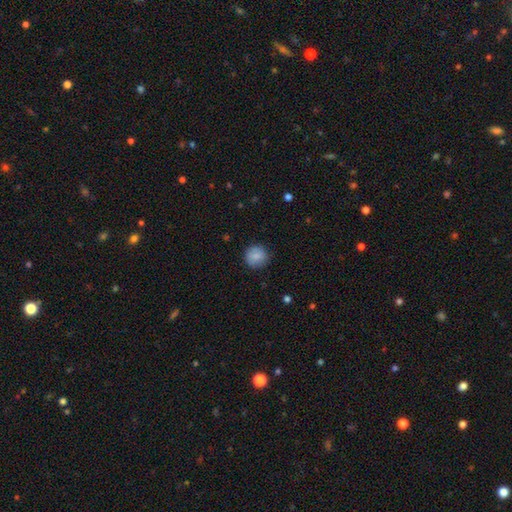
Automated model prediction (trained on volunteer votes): Smooth or featured? Predicted: smooth (p=0.86). How rounded? Predicted: round (p=0.91). Merging? Predicted: none (p=0.85).